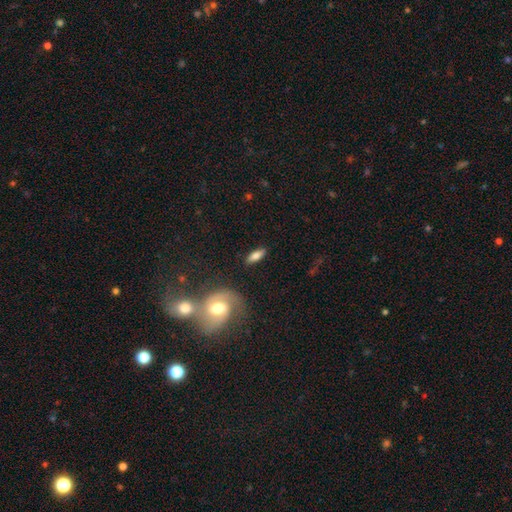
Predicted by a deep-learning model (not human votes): The model was most divided on "how rounded": in between: 59%, cigar-shaped: 37%, round: 4%. More confident: merging — none (86%); smooth or featured — smooth (71%).